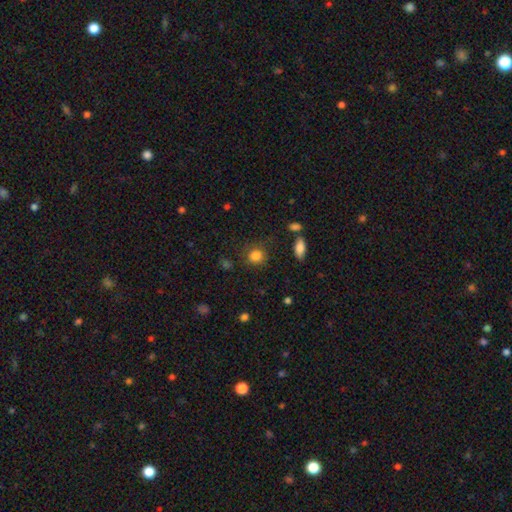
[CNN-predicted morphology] Q: Smooth or featured?
A: smooth (84%); runner-up: star or artifact (11%)
Q: How rounded?
A: round (78%); runner-up: in between (21%)
Q: Merging?
A: none (78%); runner-up: minor disturbance (14%)